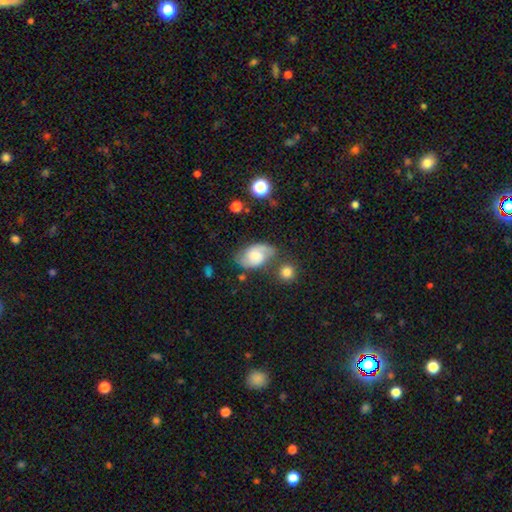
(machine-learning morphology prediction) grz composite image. It shows a featured or disk galaxy (59%) with no bar (56%), 2 (86%) medium (49%) spiral arms (89%) and a moderate central bulge (39%). Merging: none (58%).